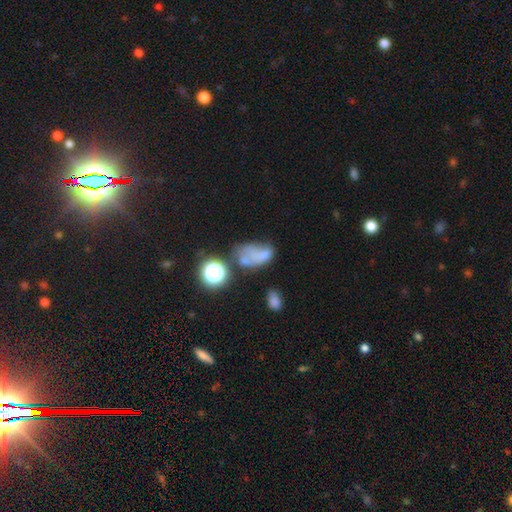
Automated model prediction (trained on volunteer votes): Smooth or featured?
  - smooth: 52% *
  - featured or disk: 27%
  - star or artifact: 21%
How rounded?
  - in between: 77% *
  - round: 21%
  - cigar-shaped: 2%
Merging?
  - merger: 28% *
  - none: 26%
  - major disturbance: 25%
  - minor disturbance: 21%